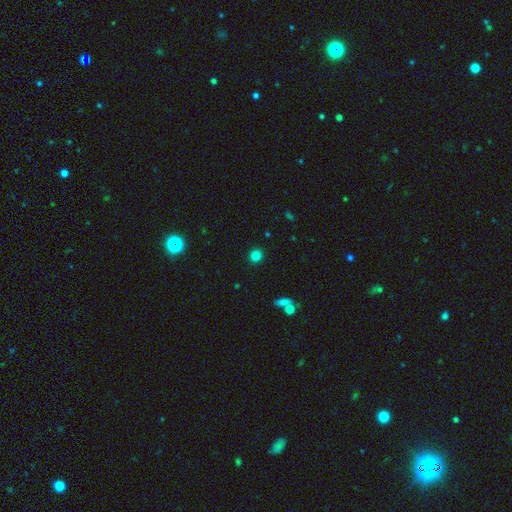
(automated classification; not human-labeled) smooth-or-featured: smooth: 82% | star or artifact: 13% | featured or disk: 5%
  how-rounded: round: 91% | in between: 8% | cigar-shaped: 1%
  merging: none: 90% | minor disturbance: 6% | major disturbance: 2% | merger: 2%